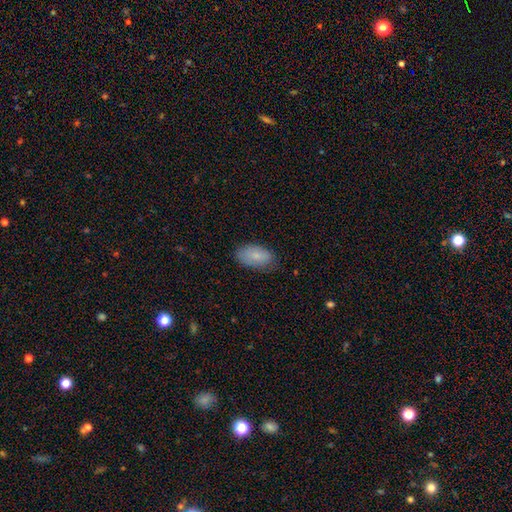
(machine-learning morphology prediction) A smooth galaxy with no disk features (77%) that is in between round and cigar-shaped (94%). Merging: none (75%).